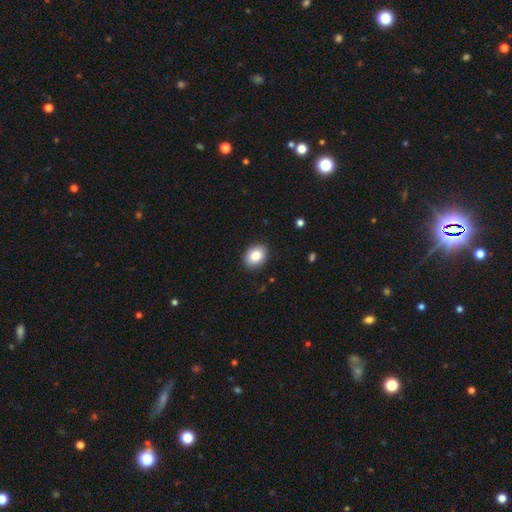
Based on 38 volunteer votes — Volunteers were most divided on "how rounded": in between: 71%, round: 29%, cigar-shaped: 0%. More confident: merging — none (86%); smooth or featured — smooth (82%).